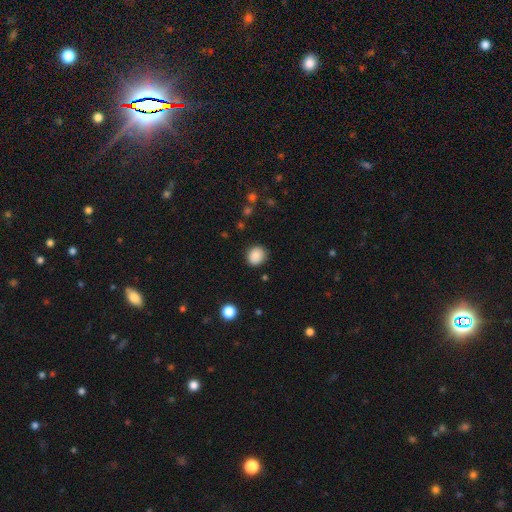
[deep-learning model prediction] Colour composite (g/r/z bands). It shows a smooth galaxy with no disk features (87%) that is round (82%). Merging: none (87%).